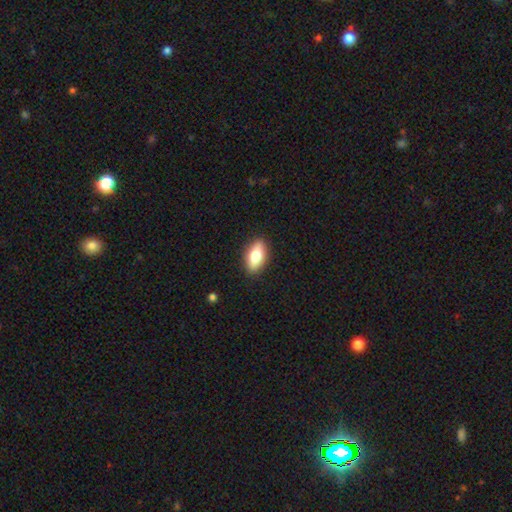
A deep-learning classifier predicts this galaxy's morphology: Q: Smooth or featured?
A: smooth (72%); runner-up: featured or disk (21%)
Q: How rounded?
A: in between (82%); runner-up: cigar-shaped (14%)
Q: Merging?
A: none (89%); runner-up: minor disturbance (8%)